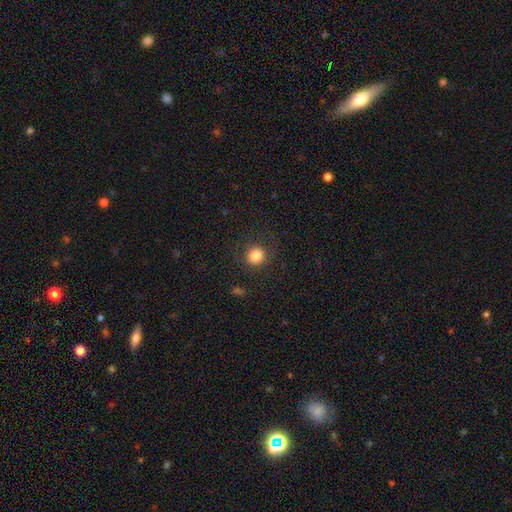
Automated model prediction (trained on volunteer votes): This appears to be a smooth galaxy with no disk features (84%) that is round (88%). Merging: none (86%).